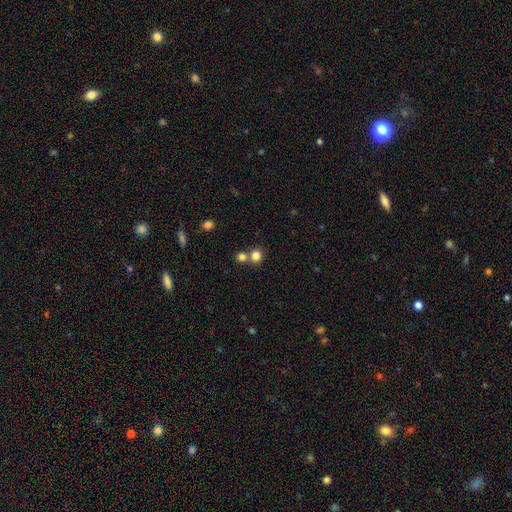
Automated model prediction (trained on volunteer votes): Morphology: type=smooth (81%); roundness=round (84%); merging=none (59%).